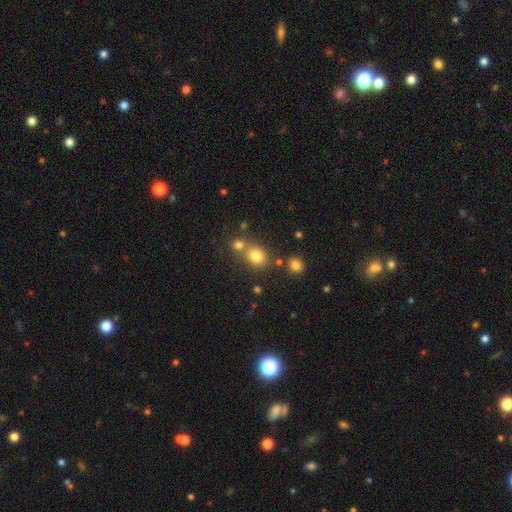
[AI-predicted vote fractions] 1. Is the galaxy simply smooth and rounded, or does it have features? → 77% smooth, 14% star or artifact, 8% featured or disk.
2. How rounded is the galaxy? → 60% round, 38% in between, 1% cigar-shaped.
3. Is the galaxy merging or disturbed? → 55% none, 32% merger, 10% minor disturbance, 4% major disturbance.